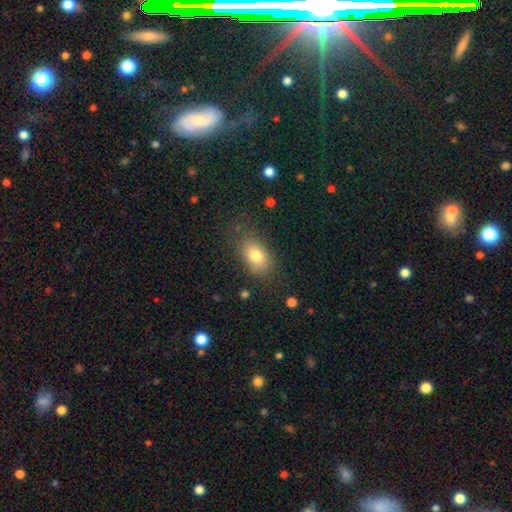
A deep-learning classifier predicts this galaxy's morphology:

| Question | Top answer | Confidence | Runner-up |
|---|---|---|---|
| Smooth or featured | smooth | 78% | featured or disk (13%) |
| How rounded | in between | 82% | round (16%) |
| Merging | none | 73% | minor disturbance (18%) |